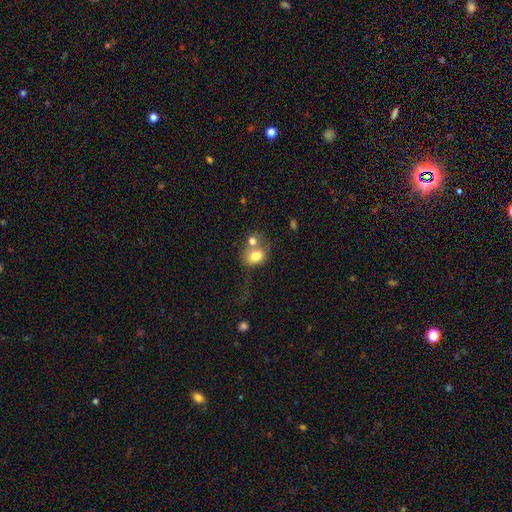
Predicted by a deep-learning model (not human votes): Smooth or featured: smooth — 75% (featured or disk — 16%)
How rounded: round — 52% (in between — 47%)
Merging: merger — 52% (none — 29%)